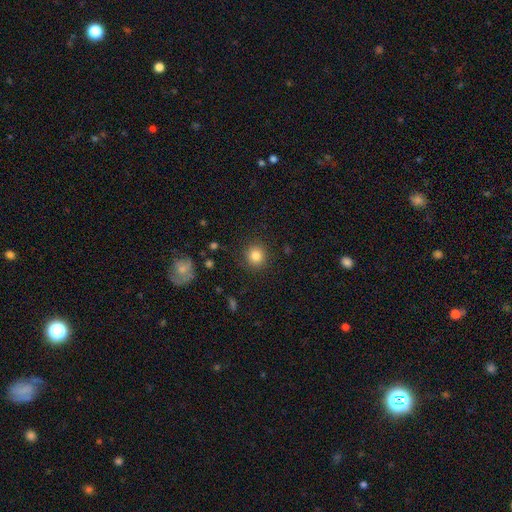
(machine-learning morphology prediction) Q: Smooth or featured?
A: smooth (84%); runner-up: star or artifact (11%)
Q: How rounded?
A: round (92%); runner-up: in between (7%)
Q: Merging?
A: none (89%); runner-up: minor disturbance (7%)